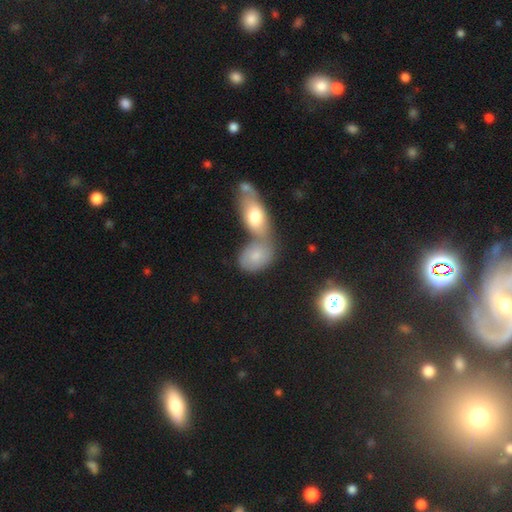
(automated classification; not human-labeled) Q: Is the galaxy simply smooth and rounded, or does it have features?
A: smooth — 70%.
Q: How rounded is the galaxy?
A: in between — 78%.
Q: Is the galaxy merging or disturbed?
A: merger — 50%.